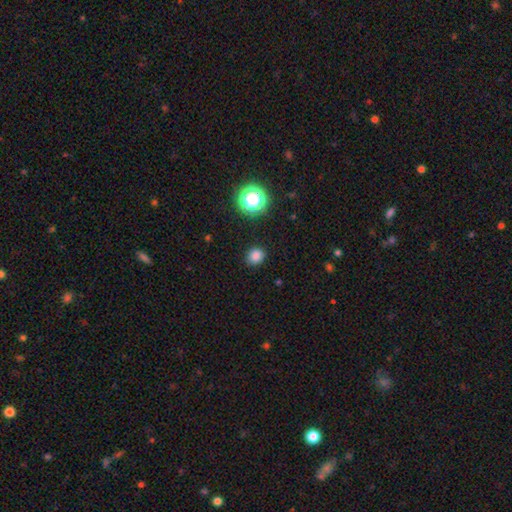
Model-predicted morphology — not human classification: Smooth or featured: smooth — 81% (star or artifact — 15%)
How rounded: round — 75% (in between — 24%)
Merging: none — 87% (minor disturbance — 9%)